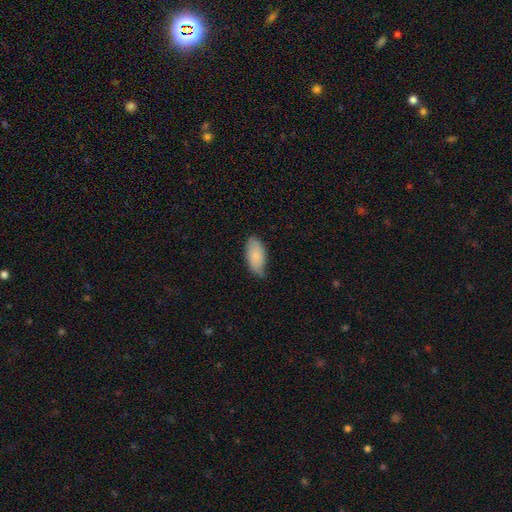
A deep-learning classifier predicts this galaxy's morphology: Smooth or featured?
  - smooth: 79% *
  - featured or disk: 15%
  - star or artifact: 6%
How rounded?
  - in between: 93% *
  - cigar-shaped: 5%
  - round: 2%
Merging?
  - none: 56% *
  - minor disturbance: 36%
  - major disturbance: 7%
  - merger: 1%